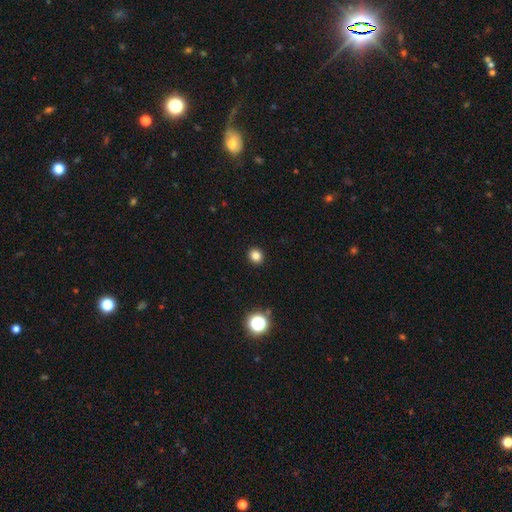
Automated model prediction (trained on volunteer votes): A smooth galaxy with no disk features (83%) that is round (80%).

Vote fractions:
- Smooth or featured? smooth: 83% / star or artifact: 13% / featured or disk: 4%
- How rounded? round: 80% / in between: 19% / cigar-shaped: 1%
- Merging? none: 93% / minor disturbance: 5% / major disturbance: 2% / merger: 1%